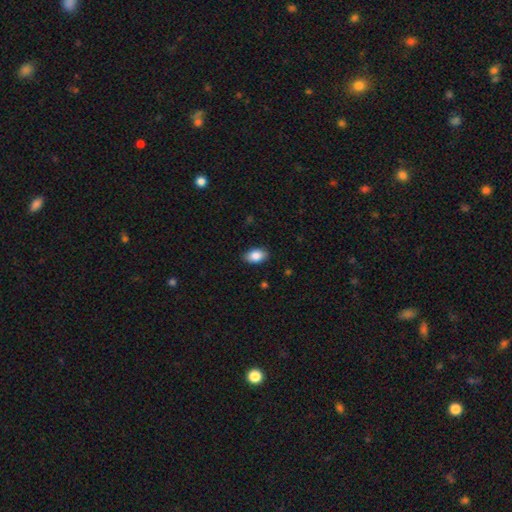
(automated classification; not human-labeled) A smooth galaxy with no disk features (87%) that is in between round and cigar-shaped (92%). Merging: none (88%).